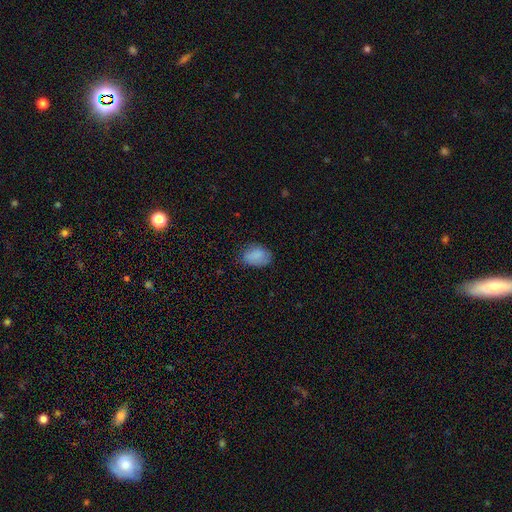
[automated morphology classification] smooth 84%, star or artifact 8%, featured or disk 8%. Down the decision tree: how rounded — in between (80%); merging — none (70%).